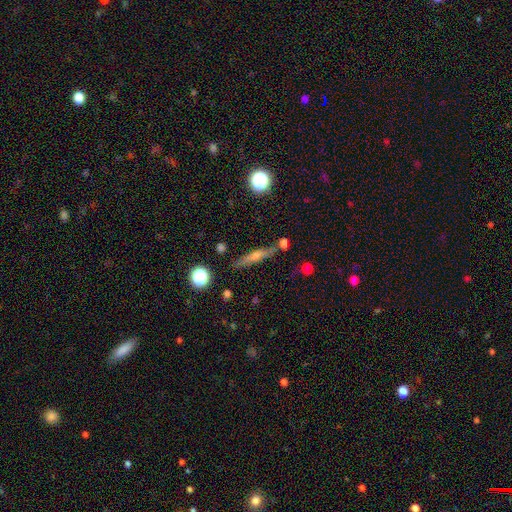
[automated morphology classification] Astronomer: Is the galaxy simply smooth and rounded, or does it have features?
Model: featured or disk — 59%.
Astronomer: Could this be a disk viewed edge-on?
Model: yes — 94%.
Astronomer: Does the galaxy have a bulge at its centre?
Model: rounded — 81%.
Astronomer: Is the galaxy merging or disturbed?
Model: none — 84%.